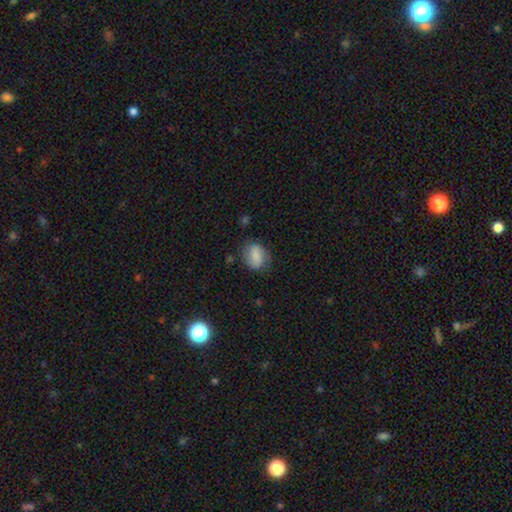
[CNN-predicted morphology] smooth 70%, featured or disk 22%, star or artifact 8%. Down the decision tree: how rounded — in between (66%); merging — none (67%).